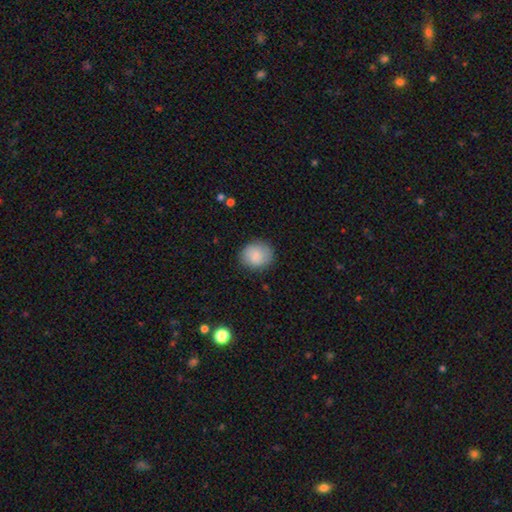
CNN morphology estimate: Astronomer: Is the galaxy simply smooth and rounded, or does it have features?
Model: smooth — 84%.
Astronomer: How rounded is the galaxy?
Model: round — 72%.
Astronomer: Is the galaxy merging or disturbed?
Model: none — 84%.